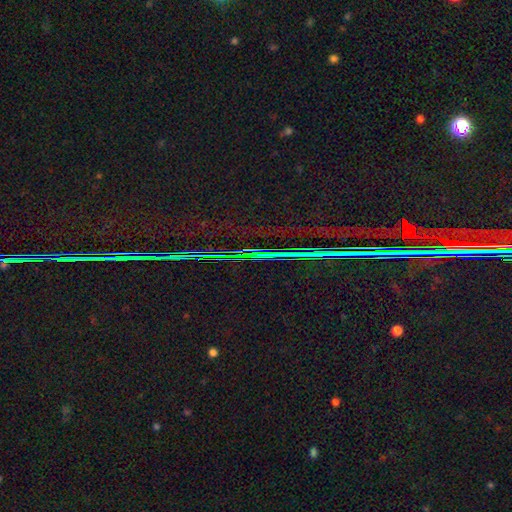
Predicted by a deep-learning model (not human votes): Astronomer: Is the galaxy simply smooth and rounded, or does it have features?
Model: star or artifact — 85%.